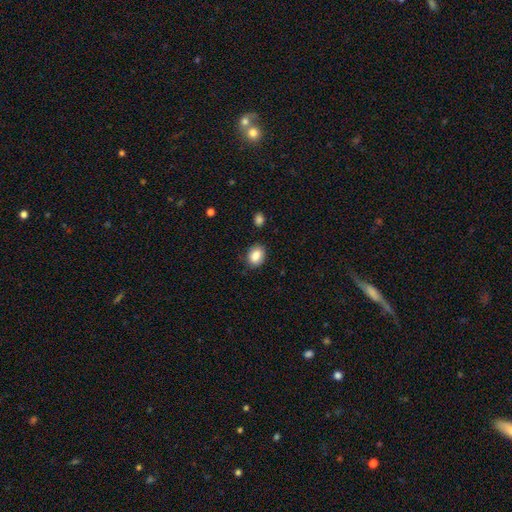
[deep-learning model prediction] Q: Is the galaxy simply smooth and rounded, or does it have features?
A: smooth — 86%.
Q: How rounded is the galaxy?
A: in between — 70%.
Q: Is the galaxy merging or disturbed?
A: none — 82%.